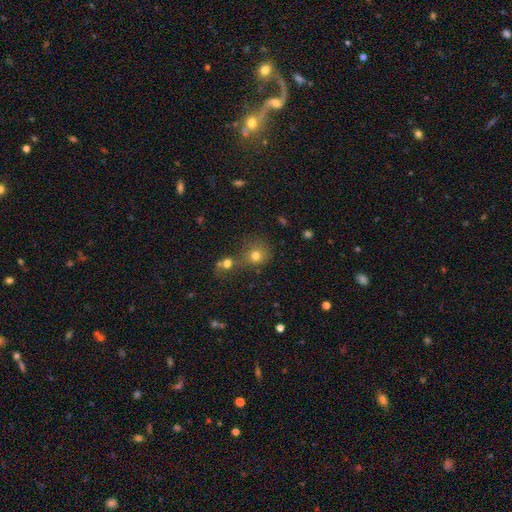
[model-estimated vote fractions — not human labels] This appears to be a smooth galaxy with no disk features (74%) that is round (85%). Merging: none (45%).